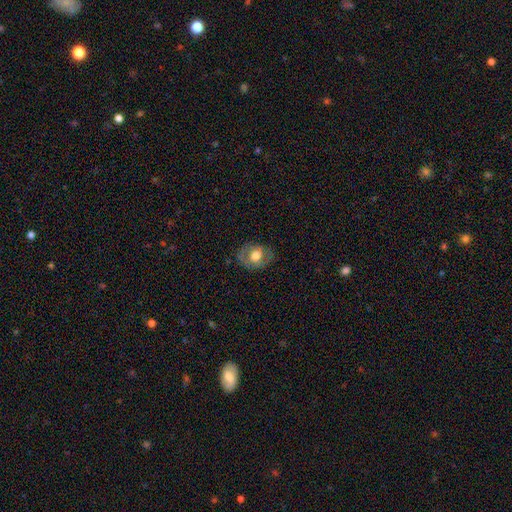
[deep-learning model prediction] Smooth or featured? Predicted: smooth (p=0.55). How rounded? Predicted: in between (p=0.57). Merging? Predicted: none (p=0.73).